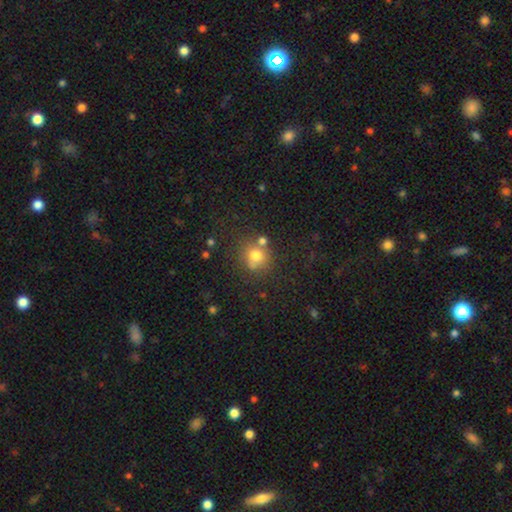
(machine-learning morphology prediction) smooth-or-featured: smooth: 72% | star or artifact: 17% | featured or disk: 11%
  how-rounded: round: 85% | in between: 14% | cigar-shaped: 1%
  merging: none: 64% | merger: 17% | minor disturbance: 14% | major disturbance: 6%